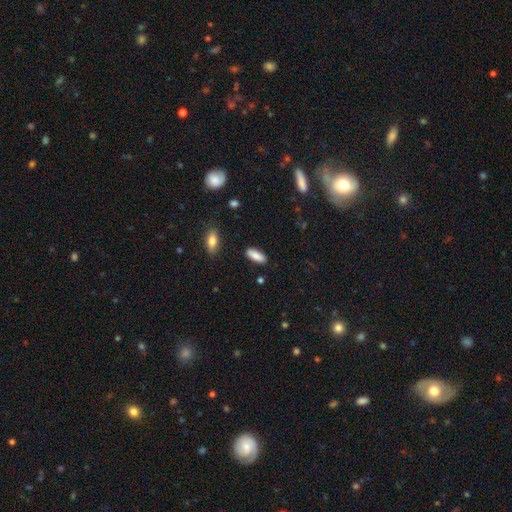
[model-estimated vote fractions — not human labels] A smooth galaxy with no disk features (87%) that is in between round and cigar-shaped (71%).

Vote fractions:
- Smooth or featured? smooth: 87% / featured or disk: 7% / star or artifact: 7%
- How rounded? in between: 71% / cigar-shaped: 27% / round: 2%
- Merging? none: 86% / minor disturbance: 10% / major disturbance: 2% / merger: 2%